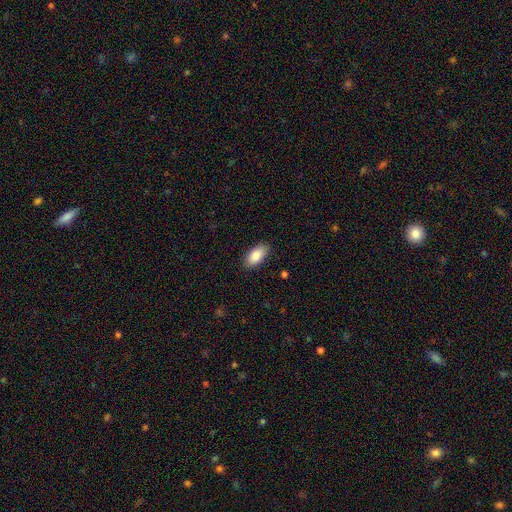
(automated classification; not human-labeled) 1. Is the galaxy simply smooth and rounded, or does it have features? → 86% smooth, 7% featured or disk, 7% star or artifact.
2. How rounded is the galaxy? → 92% in between, 5% cigar-shaped, 3% round.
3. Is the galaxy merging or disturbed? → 87% none, 10% minor disturbance, 2% major disturbance, 1% merger.